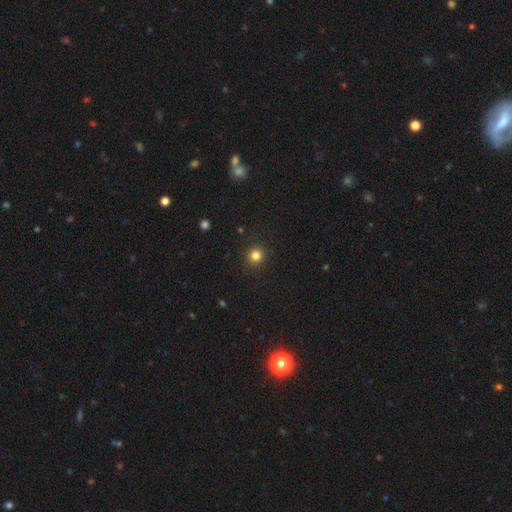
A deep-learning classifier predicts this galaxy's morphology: Overall: smooth (82%). How rounded: round (92%). Merging: none (92%).